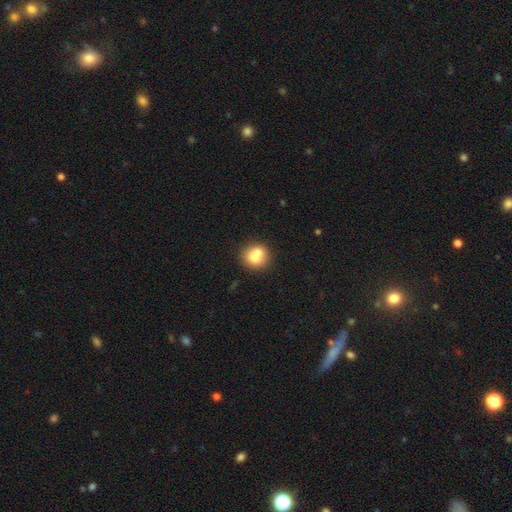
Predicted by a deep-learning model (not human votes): smooth 70%, featured or disk 20%, star or artifact 10%. Down the decision tree: how rounded — round (86%); merging — none (46%).